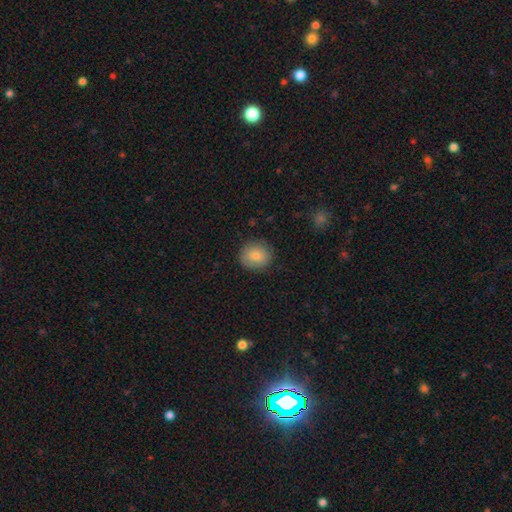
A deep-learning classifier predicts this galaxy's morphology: Smooth or featured? smooth (81%)
How rounded? round (84%)
Merging? none (86%)